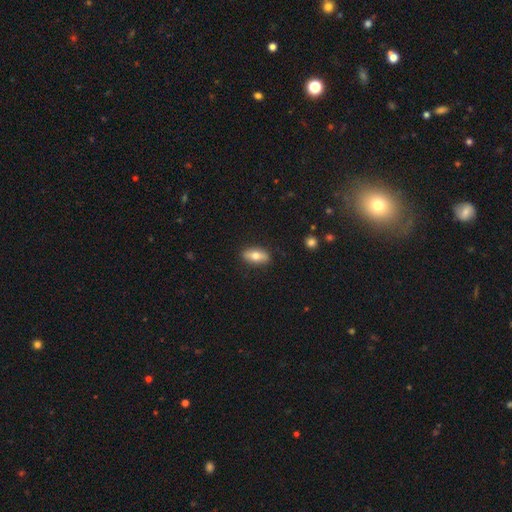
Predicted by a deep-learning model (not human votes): smooth-or-featured: smooth: 67% | featured or disk: 27% | star or artifact: 7%
  how-rounded: in between: 80% | cigar-shaped: 15% | round: 4%
  merging: none: 86% | minor disturbance: 10% | major disturbance: 2% | merger: 1%